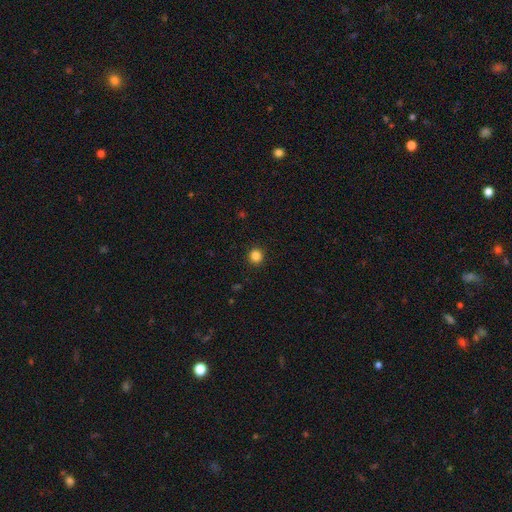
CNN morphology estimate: Smooth or featured? Predicted: smooth (p=0.85). How rounded? Predicted: round (p=0.93). Merging? Predicted: none (p=0.92).